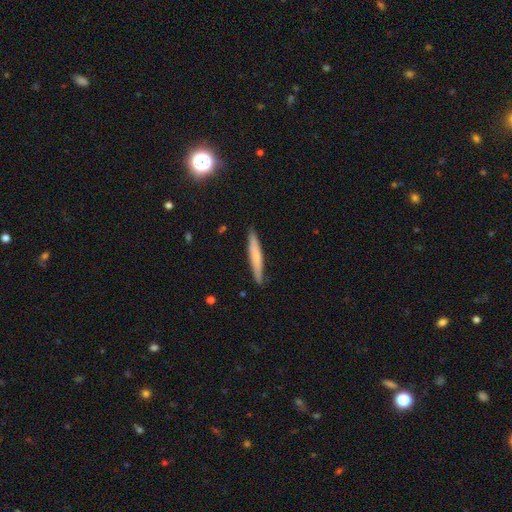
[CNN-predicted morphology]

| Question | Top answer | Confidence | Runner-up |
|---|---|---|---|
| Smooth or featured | smooth | 66% | featured or disk (28%) |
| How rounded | cigar-shaped | 95% | in between (4%) |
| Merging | none | 90% | minor disturbance (8%) |